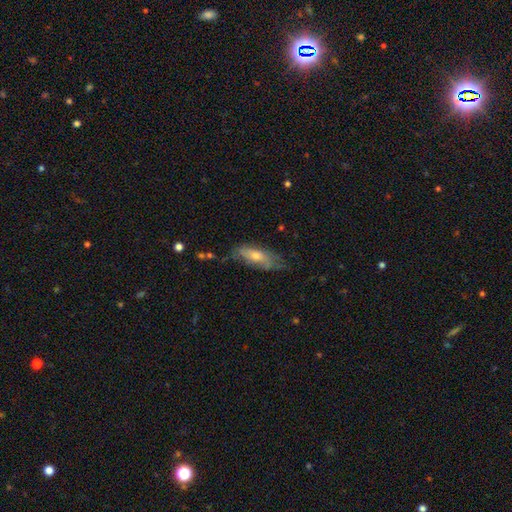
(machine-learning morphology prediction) Smooth or featured? Predicted: smooth (p=0.48). Merging? Predicted: none (p=0.55).